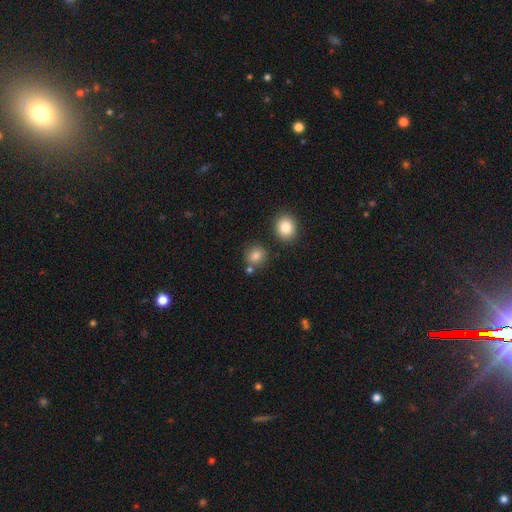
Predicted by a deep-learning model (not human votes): Smooth or featured?
  - smooth: 82% *
  - star or artifact: 12%
  - featured or disk: 6%
How rounded?
  - round: 81% *
  - in between: 17%
  - cigar-shaped: 1%
Merging?
  - none: 77% *
  - minor disturbance: 10%
  - merger: 9%
  - major disturbance: 3%